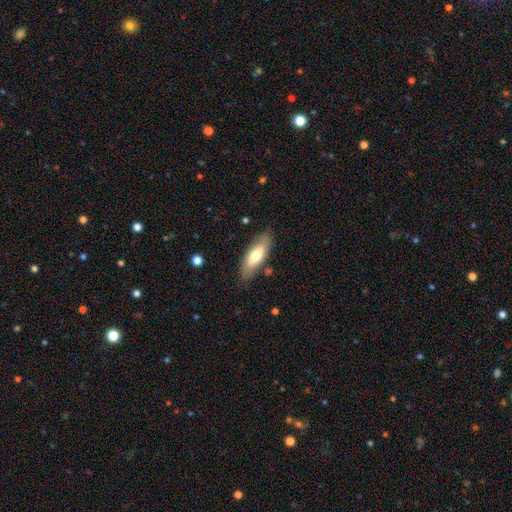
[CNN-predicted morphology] smooth 65%, featured or disk 29%, star or artifact 6%. Down the decision tree: how rounded — in between (71%); merging — none (80%).